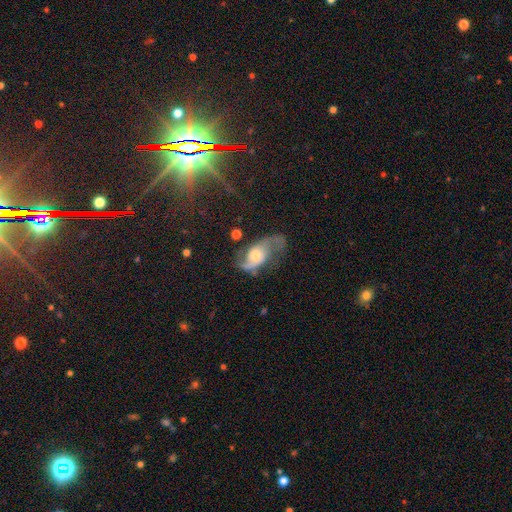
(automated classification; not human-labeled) This appears to be a featured or disk galaxy (76%) with no bar (69%), 2 (84%) loose (52%) spiral arms (91%) and a moderate central bulge (55%). Merging: none (47%).